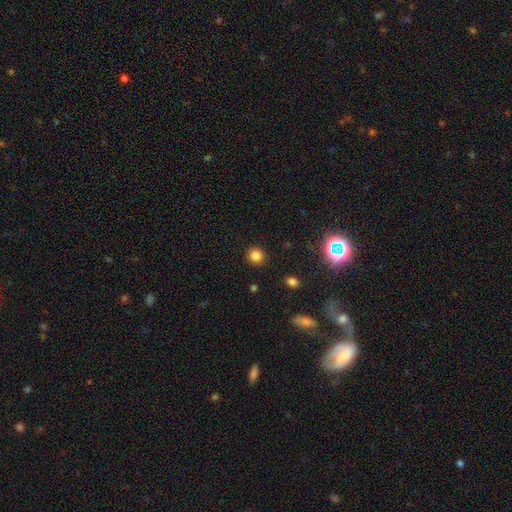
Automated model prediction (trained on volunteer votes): A smooth galaxy with no disk features (82%) that is round (91%). Merging: none (91%).